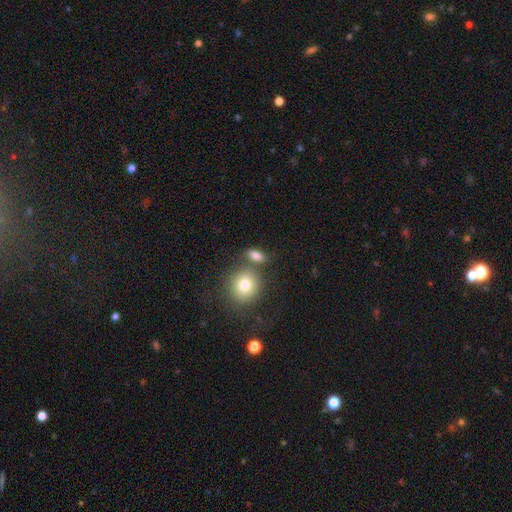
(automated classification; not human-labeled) Smooth or featured? Predicted: smooth (p=0.81). How rounded? Predicted: in between (p=0.71). Merging? Predicted: none (p=0.64).